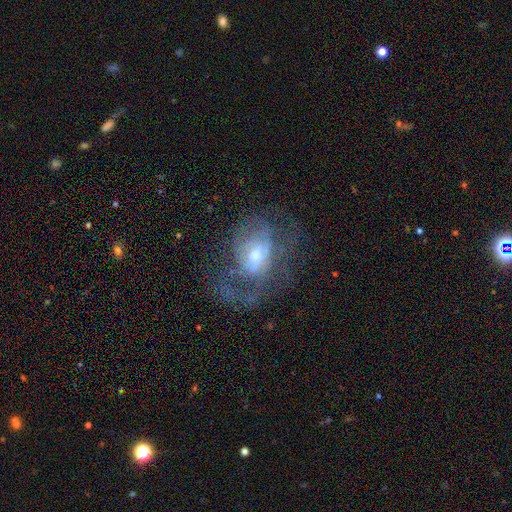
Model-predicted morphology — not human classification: The model was most divided on "merging": major disturbance: 41%, none: 38%, minor disturbance: 19%, merger: 3%. More confident: edge-on disk — no (96%); smooth or featured — featured or disk (70%); spiral arms — yes (64%); bar — no (54%); bulge size — moderate (53%).